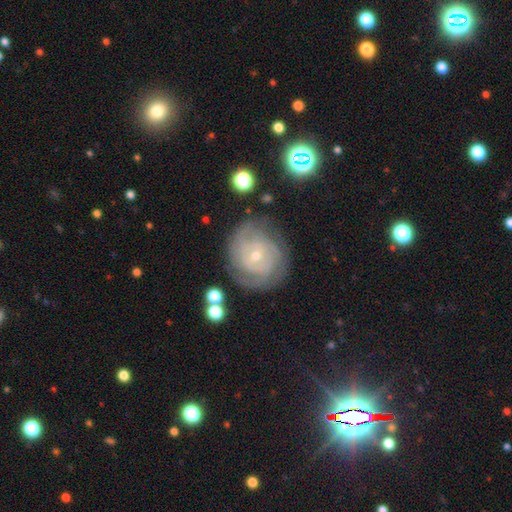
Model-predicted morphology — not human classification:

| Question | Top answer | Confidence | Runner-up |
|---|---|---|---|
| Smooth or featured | featured or disk | 78% | smooth (15%) |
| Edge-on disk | no | 97% | yes (3%) |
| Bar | no | 68% | weak (26%) |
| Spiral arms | yes | 89% | no (11%) |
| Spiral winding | tight | 71% | medium (23%) |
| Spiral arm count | can't tell | 41% | 2 (26%) |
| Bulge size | small | 74% | moderate (23%) |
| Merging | none | 74% | minor disturbance (17%) |